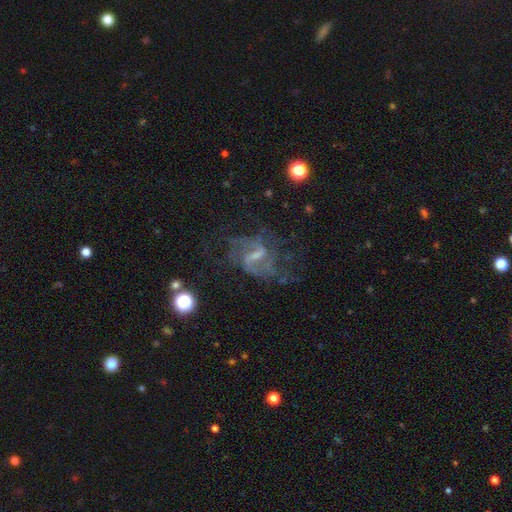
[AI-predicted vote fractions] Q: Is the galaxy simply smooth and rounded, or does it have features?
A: featured or disk — 80%.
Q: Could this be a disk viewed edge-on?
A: no — 97%.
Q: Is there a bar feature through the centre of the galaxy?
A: weak — 54%.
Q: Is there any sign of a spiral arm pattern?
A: yes — 86%.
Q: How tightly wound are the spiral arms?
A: loose — 47%.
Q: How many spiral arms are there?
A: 2 — 63%.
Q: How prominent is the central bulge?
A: small — 46%.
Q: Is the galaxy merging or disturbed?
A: none — 50%.